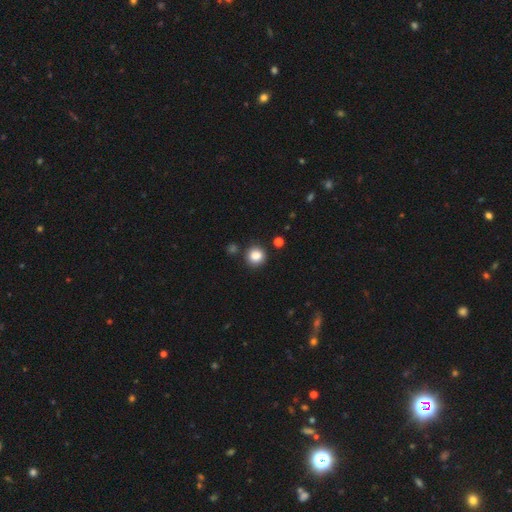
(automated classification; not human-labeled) A smooth galaxy with no disk features (85%) that is round (88%). Merging: none (84%).